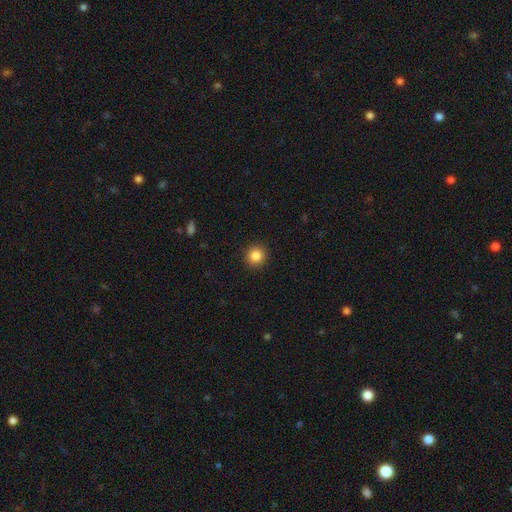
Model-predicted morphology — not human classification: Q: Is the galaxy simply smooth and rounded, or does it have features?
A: smooth — 86%.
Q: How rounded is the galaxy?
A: round — 92%.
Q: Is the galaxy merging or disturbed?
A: none — 92%.